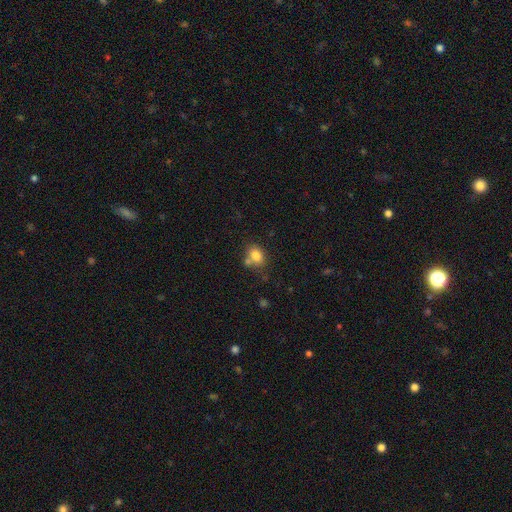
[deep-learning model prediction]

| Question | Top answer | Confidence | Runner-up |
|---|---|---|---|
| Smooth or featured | smooth | 80% | star or artifact (10%) |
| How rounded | in between | 56% | round (43%) |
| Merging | none | 58% | merger (23%) |